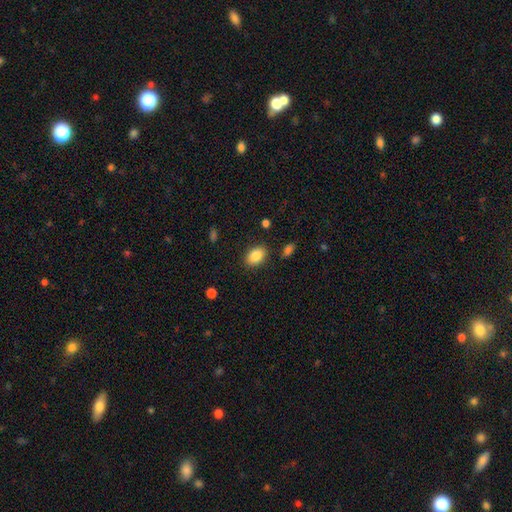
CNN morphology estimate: This appears to be a smooth galaxy with no disk features (86%) that is in between round and cigar-shaped (81%). Merging: none (86%).